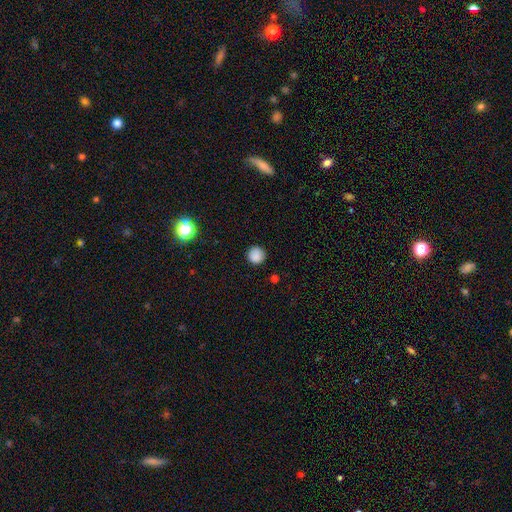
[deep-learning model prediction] Q: Smooth or featured?
A: smooth (86%); runner-up: star or artifact (11%)
Q: How rounded?
A: round (95%); runner-up: in between (4%)
Q: Merging?
A: none (90%); runner-up: minor disturbance (7%)